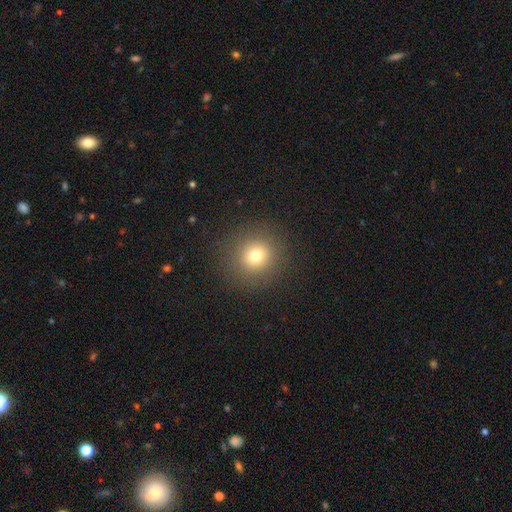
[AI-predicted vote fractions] Q: Smooth or featured?
A: smooth (73%); runner-up: star or artifact (16%)
Q: How rounded?
A: round (93%); runner-up: in between (6%)
Q: Merging?
A: none (89%); runner-up: minor disturbance (6%)